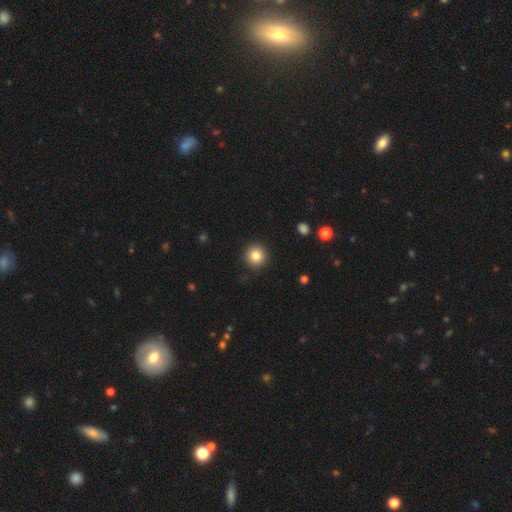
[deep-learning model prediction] Smooth or featured? smooth (83%)
How rounded? round (94%)
Merging? none (91%)